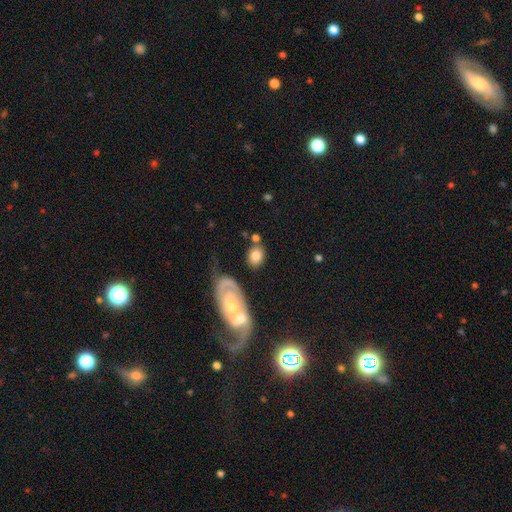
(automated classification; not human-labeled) A smooth galaxy with no disk features (73%) that is in between round and cigar-shaped (56%).

Vote fractions:
- Smooth or featured? smooth: 73% / featured or disk: 20% / star or artifact: 7%
- How rounded? in between: 56% / round: 42% / cigar-shaped: 2%
- Merging? none: 64% / merger: 16% / minor disturbance: 14% / major disturbance: 6%